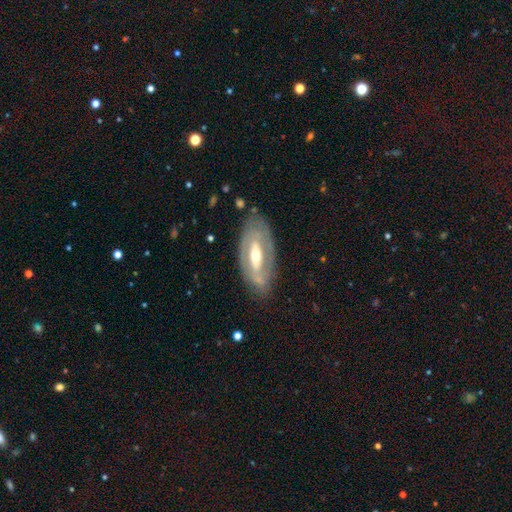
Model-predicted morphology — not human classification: A featured or disk galaxy (72%) with a strong bar (37%), no spiral arms (54%) and a moderate central bulge (62%).

Vote fractions:
- Smooth or featured? featured or disk: 72% / smooth: 23% / star or artifact: 5%
- Edge-on disk? no: 86% / yes: 14%
- Bar? strong: 37% / no: 35% / weak: 28%
- Spiral arms? no: 54% / yes: 46%
- Bulge size? moderate: 62% / small: 29% / large: 7% / dominant: 1% / none: 1%
- Merging? none: 77% / minor disturbance: 15% / major disturbance: 6% / merger: 2%